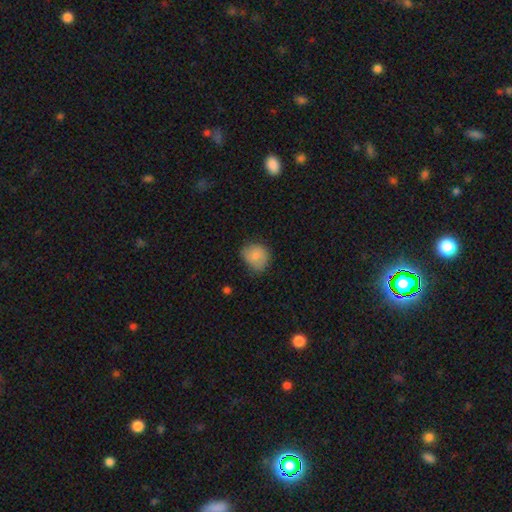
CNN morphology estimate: This appears to be a smooth galaxy with no disk features (79%) that is round (64%). Merging: none (57%).